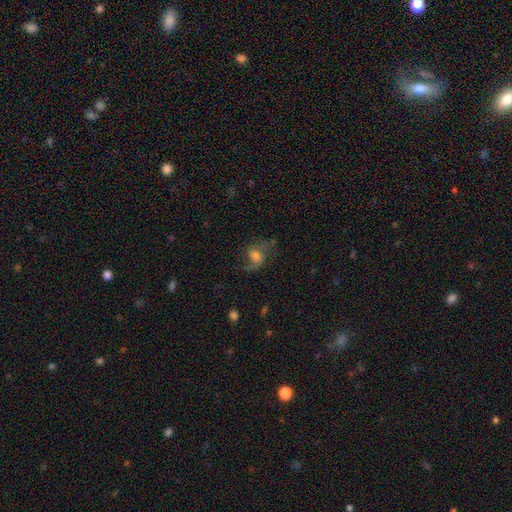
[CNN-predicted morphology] A featured or disk galaxy (56%) with no bar (56%), spiral arms (88%) and a moderate central bulge (50%).

Vote fractions:
- Smooth or featured? featured or disk: 56% / smooth: 33% / star or artifact: 11%
- Edge-on disk? no: 97% / yes: 3%
- Bar? no: 56% / weak: 36% / strong: 8%
- Spiral arms? yes: 88% / no: 12%
- Bulge size? moderate: 50% / small: 24% / large: 18% / none: 6% / dominant: 3%
- Merging? none: 52% / major disturbance: 24% / minor disturbance: 21% / merger: 3%